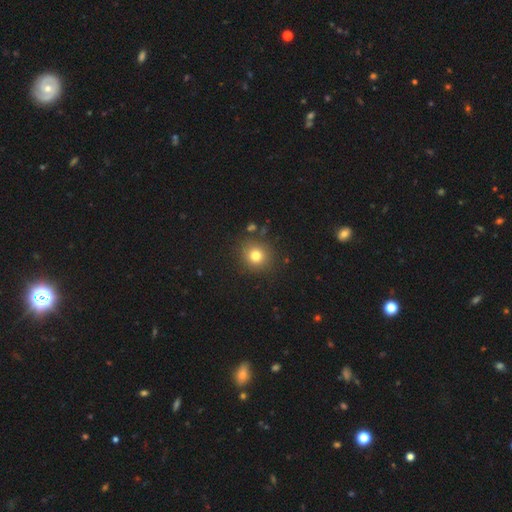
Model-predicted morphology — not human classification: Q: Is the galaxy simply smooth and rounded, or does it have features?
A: smooth — 78%.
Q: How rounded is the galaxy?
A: round — 89%.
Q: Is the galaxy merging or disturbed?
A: none — 87%.